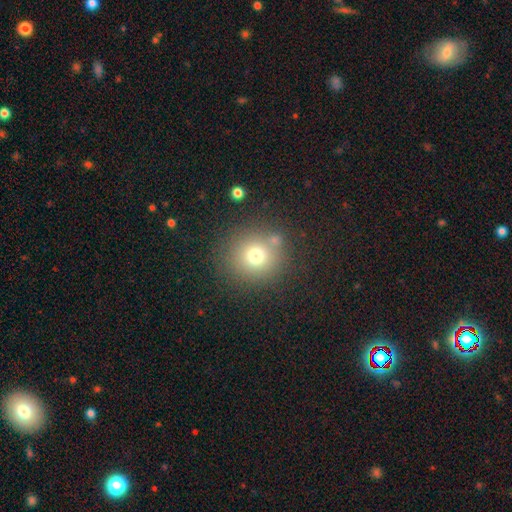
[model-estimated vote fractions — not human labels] A smooth galaxy with no disk features (73%) that is round (92%). Merging: none (79%).